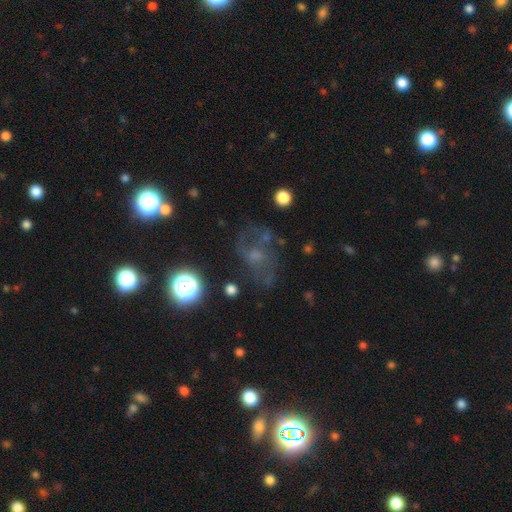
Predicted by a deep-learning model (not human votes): Smooth or featured? featured or disk (45%)
Merging? none (53%)